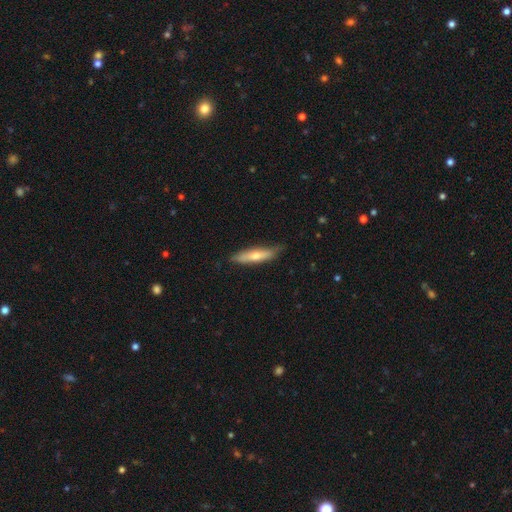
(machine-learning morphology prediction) Smooth or featured? Predicted: smooth (p=0.59). How rounded? Predicted: cigar-shaped (p=0.79). Merging? Predicted: none (p=0.80).